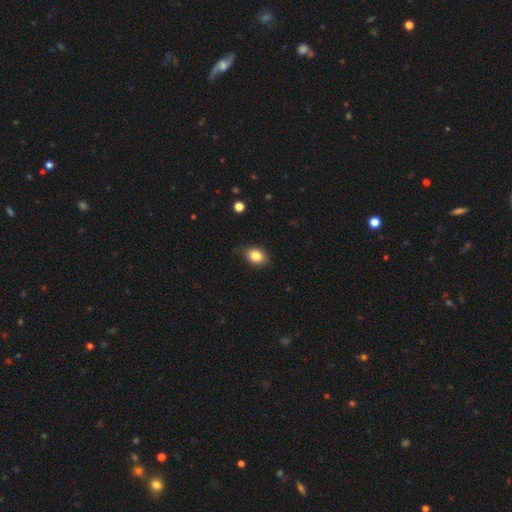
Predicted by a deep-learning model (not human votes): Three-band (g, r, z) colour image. It shows a smooth galaxy with no disk features (83%) that is in between round and cigar-shaped (65%). Merging: none (68%).